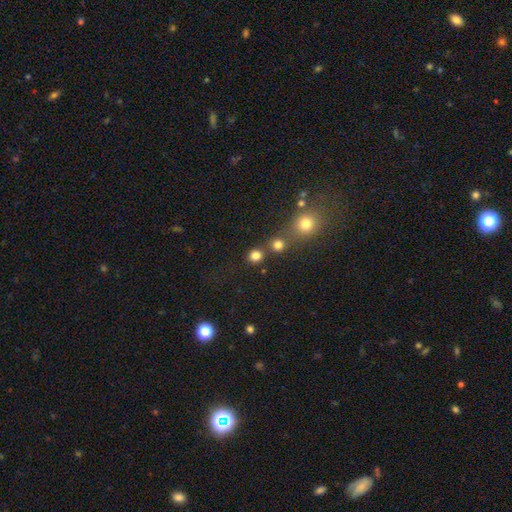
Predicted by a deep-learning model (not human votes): smooth-or-featured: smooth: 81% | star or artifact: 15% | featured or disk: 5%
  how-rounded: round: 89% | in between: 10% | cigar-shaped: 1%
  merging: none: 73% | merger: 17% | minor disturbance: 7% | major disturbance: 3%